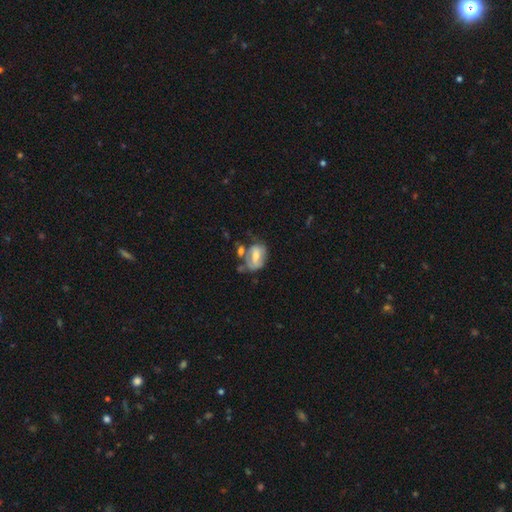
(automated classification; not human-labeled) Smooth or featured?
  - smooth: 47% *
  - featured or disk: 45%
  - star or artifact: 8%
Merging?
  - none: 32% *
  - minor disturbance: 25%
  - merger: 24%
  - major disturbance: 20%